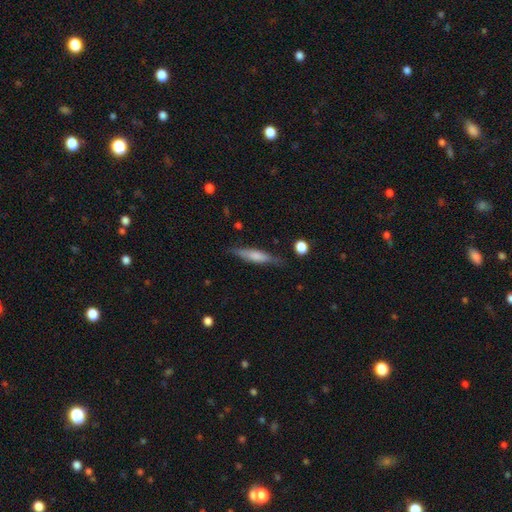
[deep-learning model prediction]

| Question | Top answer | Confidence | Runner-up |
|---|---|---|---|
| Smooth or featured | smooth | 54% | featured or disk (40%) |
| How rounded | cigar-shaped | 79% | in between (19%) |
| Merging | none | 79% | minor disturbance (16%) |